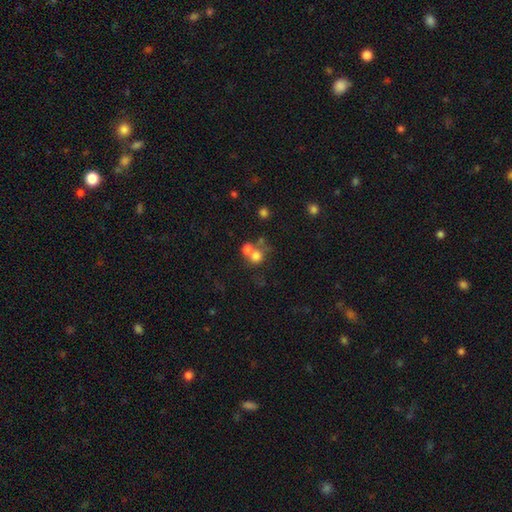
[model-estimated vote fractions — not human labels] A smooth galaxy with no disk features (70%) that is round (82%).

Vote fractions:
- Smooth or featured? smooth: 70% / featured or disk: 16% / star or artifact: 14%
- How rounded? round: 82% / in between: 17% / cigar-shaped: 1%
- Merging? merger: 54% / none: 35% / minor disturbance: 7% / major disturbance: 5%